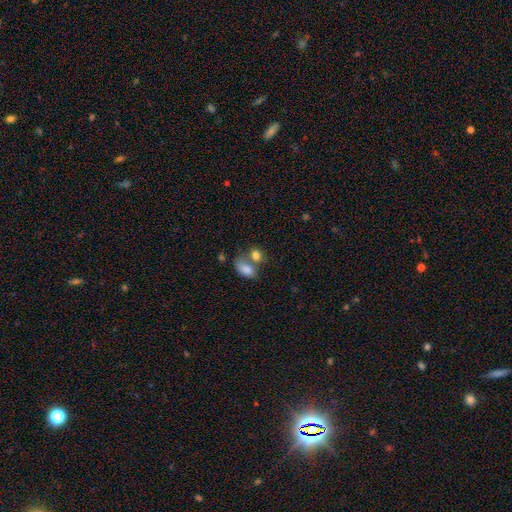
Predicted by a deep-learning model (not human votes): This is clearly a smooth galaxy (80%). How rounded: likely in between (68%). Merging: possibly merger (54%).